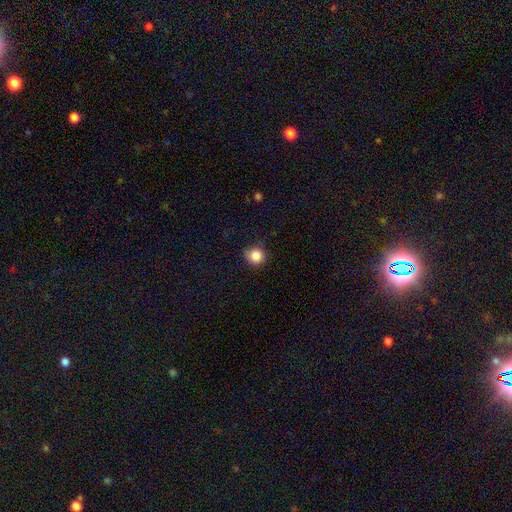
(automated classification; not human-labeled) Q: Smooth or featured?
A: smooth (85%); runner-up: star or artifact (10%)
Q: How rounded?
A: round (90%); runner-up: in between (9%)
Q: Merging?
A: none (75%); runner-up: minor disturbance (20%)